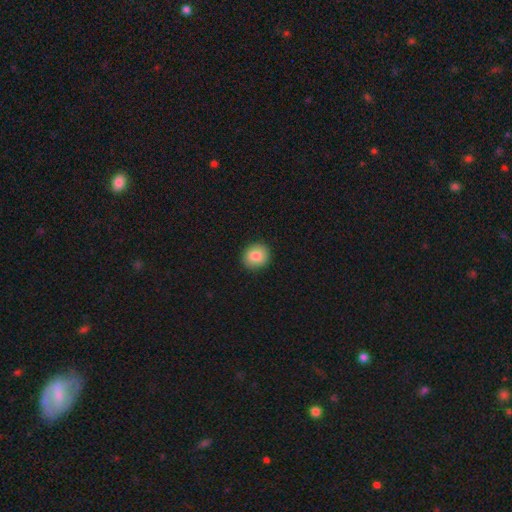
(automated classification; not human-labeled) smooth-or-featured: smooth: 85% | star or artifact: 8% | featured or disk: 7%
  how-rounded: round: 85% | in between: 14% | cigar-shaped: 1%
  merging: none: 90% | minor disturbance: 7% | major disturbance: 2% | merger: 1%